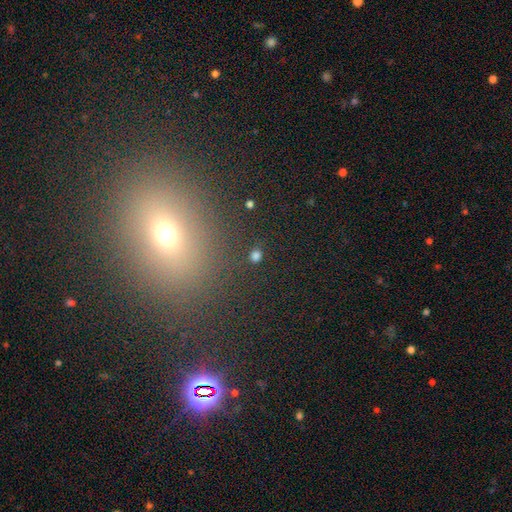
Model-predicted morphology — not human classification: The model was most divided on "how rounded": round: 68%, in between: 31%, cigar-shaped: 2%. More confident: merging — none (86%); smooth or featured — smooth (77%).